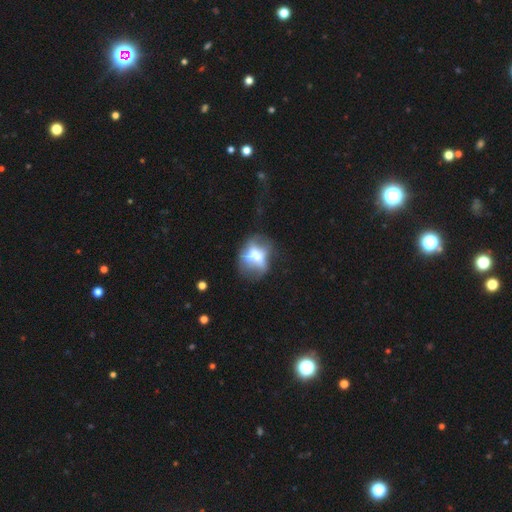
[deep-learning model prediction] featured or disk 47%, smooth 41%, star or artifact 12%. Down the decision tree: merging — none (41%).